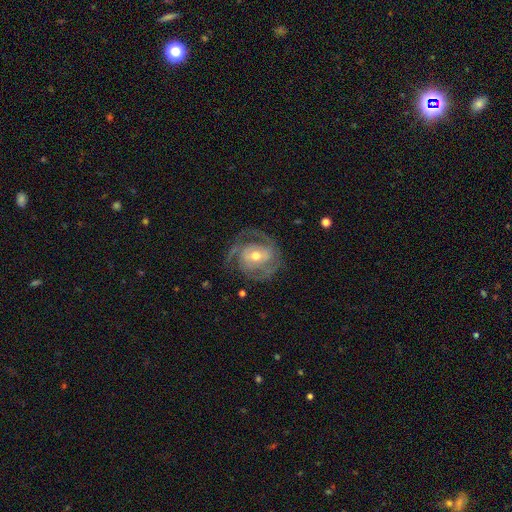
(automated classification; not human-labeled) Smooth or featured? Predicted: featured or disk (p=0.87). Edge-on disk? Predicted: no (p=0.97). Bar? Predicted: no (p=0.42). Spiral arms? Predicted: yes (p=0.95). Spiral winding? Predicted: tight (p=0.50). Spiral arm count? Predicted: 2 (p=0.45). Bulge size? Predicted: moderate (p=0.66). Merging? Predicted: none (p=0.69).